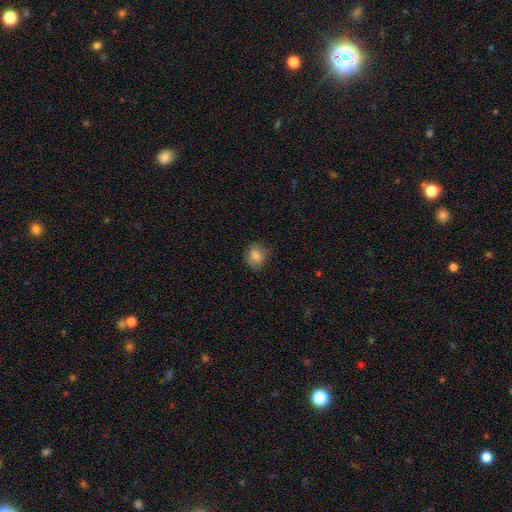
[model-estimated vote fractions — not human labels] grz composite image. It shows a smooth galaxy with no disk features (80%) that is round (65%). Merging: none (77%).